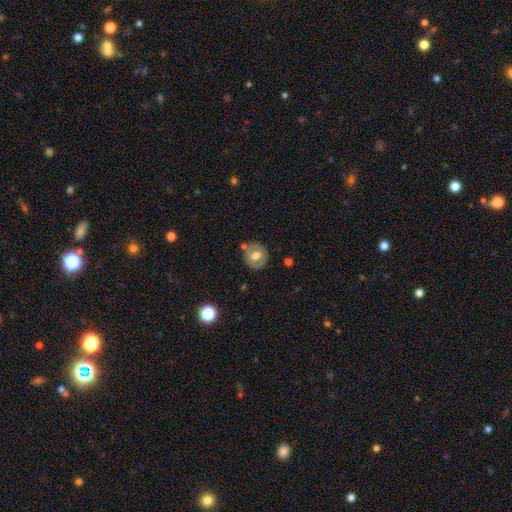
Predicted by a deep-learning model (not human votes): A smooth galaxy with no disk features (55%) that is round (81%).

Vote fractions:
- Smooth or featured? smooth: 55% / featured or disk: 37% / star or artifact: 8%
- How rounded? round: 81% / in between: 18% / cigar-shaped: 1%
- Merging? none: 75% / minor disturbance: 14% / merger: 7% / major disturbance: 4%